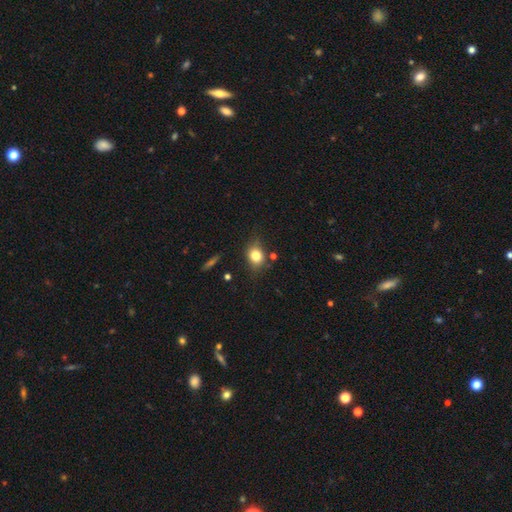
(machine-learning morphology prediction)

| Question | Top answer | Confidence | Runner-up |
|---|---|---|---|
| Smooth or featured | smooth | 78% | star or artifact (11%) |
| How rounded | round | 56% | in between (43%) |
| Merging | none | 73% | minor disturbance (18%) |